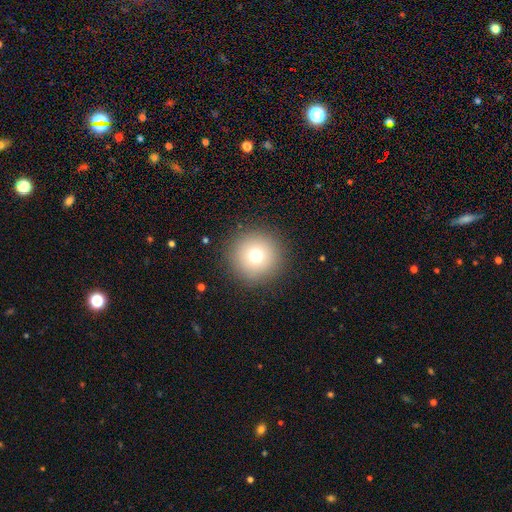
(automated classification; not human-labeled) Smooth or featured: smooth — 72% (star or artifact — 16%)
How rounded: round — 96% (in between — 3%)
Merging: none — 91% (minor disturbance — 5%)